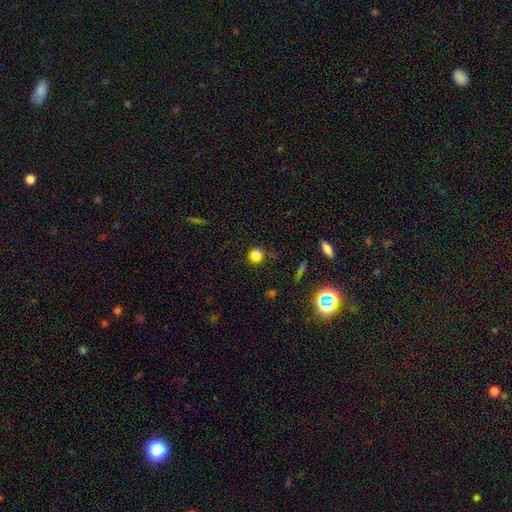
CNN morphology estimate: The model was most divided on "smooth or featured": smooth: 65%, star or artifact: 28%, featured or disk: 7%. More confident: how rounded — round (78%); merging — none (78%).